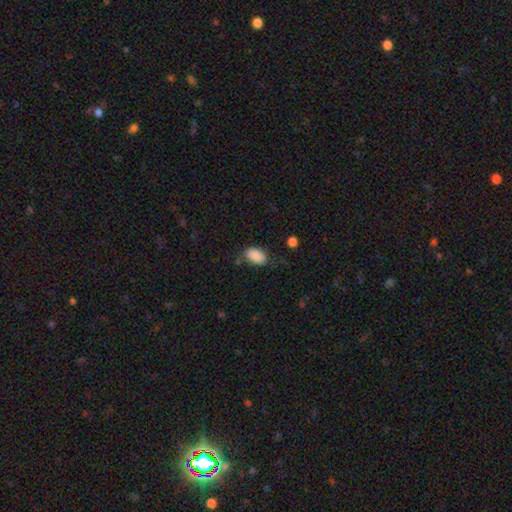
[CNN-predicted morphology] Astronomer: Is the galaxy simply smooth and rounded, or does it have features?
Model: smooth — 88%.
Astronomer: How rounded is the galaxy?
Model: in between — 92%.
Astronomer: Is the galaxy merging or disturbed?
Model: none — 70%.